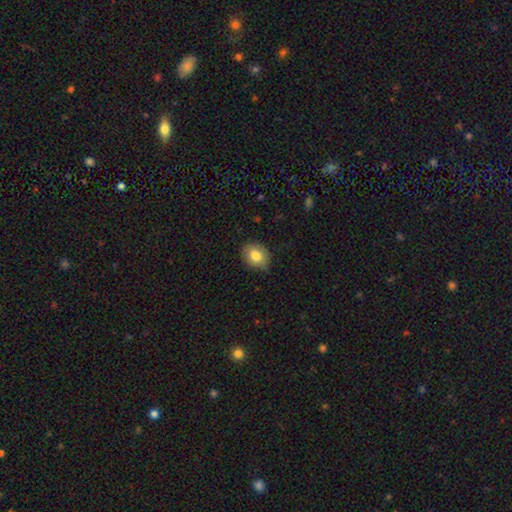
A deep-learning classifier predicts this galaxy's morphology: smooth_or_featured: smooth (p=0.81) [alt: featured or disk p=0.10]
how_rounded: in between (p=0.50) [alt: round p=0.49]
merging: none (p=0.79) [alt: minor disturbance p=0.17]